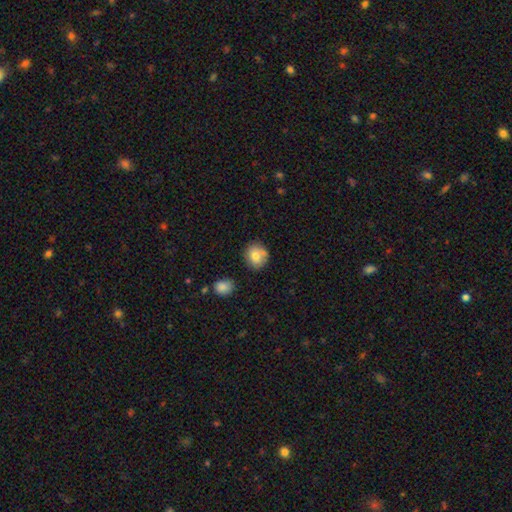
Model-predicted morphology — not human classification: Smooth or featured?
  - smooth: 78% *
  - featured or disk: 12%
  - star or artifact: 9%
How rounded?
  - round: 82% *
  - in between: 17%
  - cigar-shaped: 1%
Merging?
  - none: 74% *
  - minor disturbance: 15%
  - merger: 7%
  - major disturbance: 3%